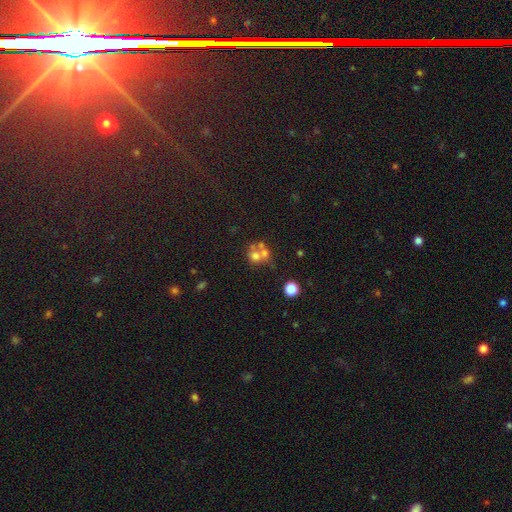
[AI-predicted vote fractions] Overall: smooth (59%; featured or disk 24%). How rounded: round (77%). Merging: merger (55%; none 31%).